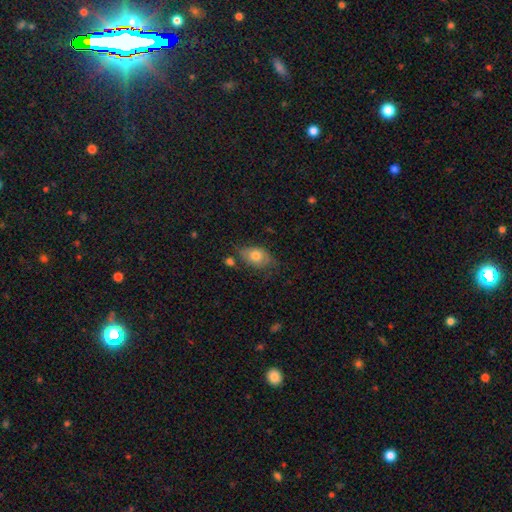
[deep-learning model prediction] A smooth galaxy with no disk features (68%) that is in between round and cigar-shaped (81%).

Vote fractions:
- Smooth or featured? smooth: 68% / featured or disk: 24% / star or artifact: 8%
- How rounded? in between: 81% / round: 17% / cigar-shaped: 2%
- Merging? none: 52% / minor disturbance: 31% / major disturbance: 11% / merger: 6%